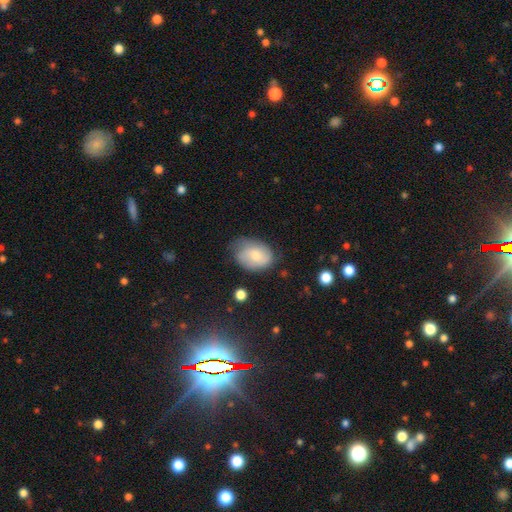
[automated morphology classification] Smooth or featured?
  - smooth: 65% *
  - featured or disk: 27%
  - star or artifact: 8%
How rounded?
  - in between: 73% *
  - round: 26%
  - cigar-shaped: 1%
Merging?
  - none: 51% *
  - minor disturbance: 35%
  - major disturbance: 12%
  - merger: 2%